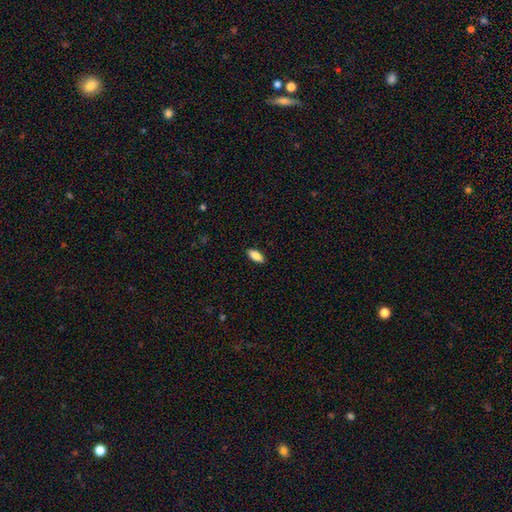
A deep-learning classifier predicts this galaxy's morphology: The model was most divided on "how rounded": in between: 85%, cigar-shaped: 13%, round: 2%. More confident: merging — none (89%); smooth or featured — smooth (87%).